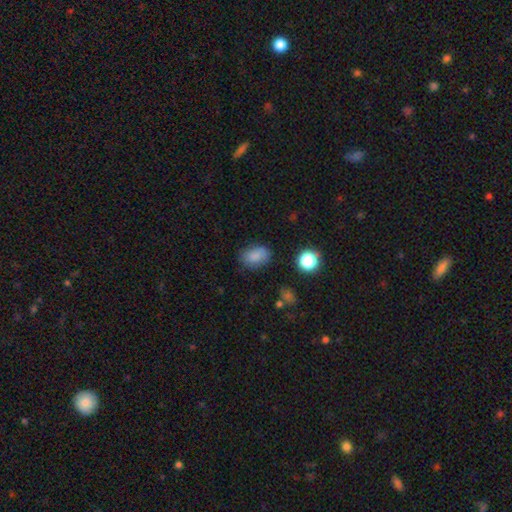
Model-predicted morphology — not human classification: smooth 82%, star or artifact 11%, featured or disk 7%. Down the decision tree: how rounded — in between (78%); merging — none (75%).